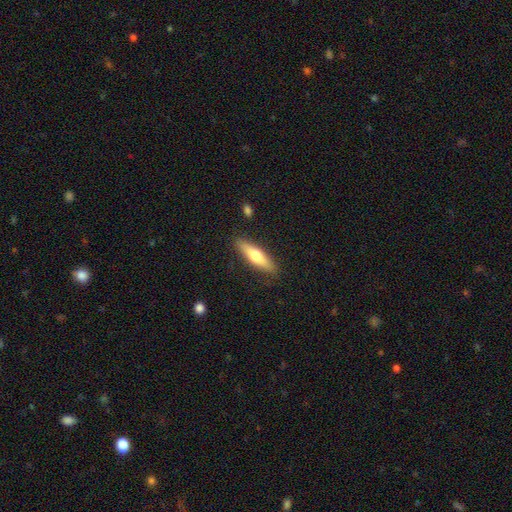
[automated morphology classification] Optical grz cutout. It shows a smooth galaxy with no disk features (61%) that is cigar-shaped (69%). Merging: none (86%).